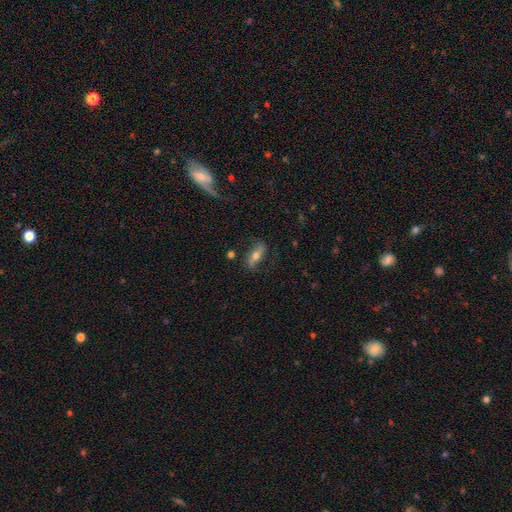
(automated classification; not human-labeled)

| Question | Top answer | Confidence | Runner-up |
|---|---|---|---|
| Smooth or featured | featured or disk | 48% | smooth (44%) |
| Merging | none | 75% | minor disturbance (16%) |